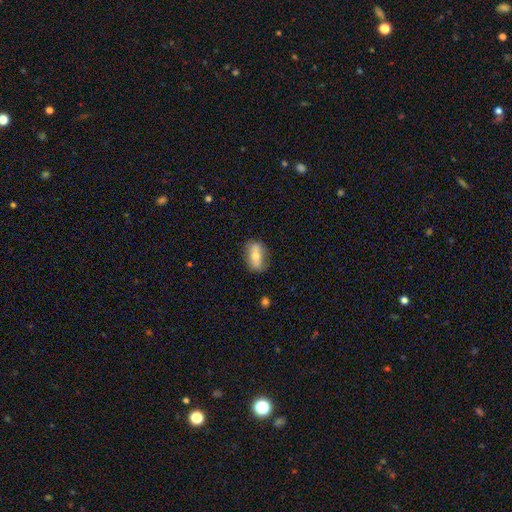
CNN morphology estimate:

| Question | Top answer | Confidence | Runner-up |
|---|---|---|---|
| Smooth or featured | smooth | 59% | featured or disk (34%) |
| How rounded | in between | 82% | round (11%) |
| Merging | none | 75% | minor disturbance (17%) |